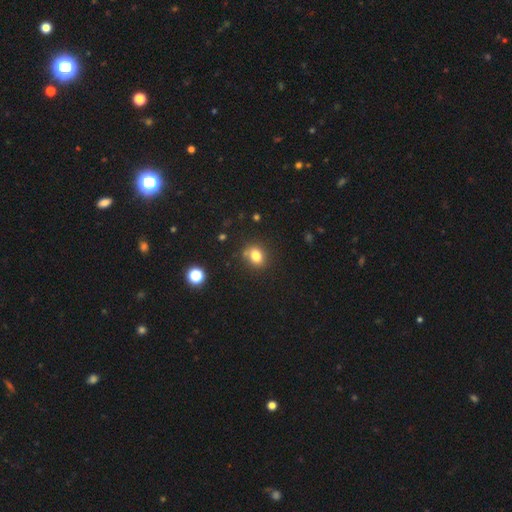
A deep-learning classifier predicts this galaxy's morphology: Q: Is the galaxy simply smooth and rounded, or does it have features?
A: smooth — 79%.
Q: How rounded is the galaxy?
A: round — 54%.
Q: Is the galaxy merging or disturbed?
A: none — 75%.